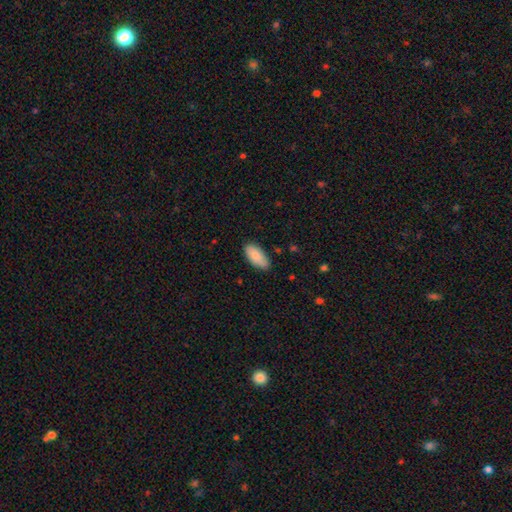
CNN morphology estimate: Smooth or featured?
  - smooth: 87% *
  - featured or disk: 7%
  - star or artifact: 6%
How rounded?
  - in between: 91% *
  - cigar-shaped: 7%
  - round: 2%
Merging?
  - none: 81% *
  - minor disturbance: 15%
  - major disturbance: 2%
  - merger: 1%